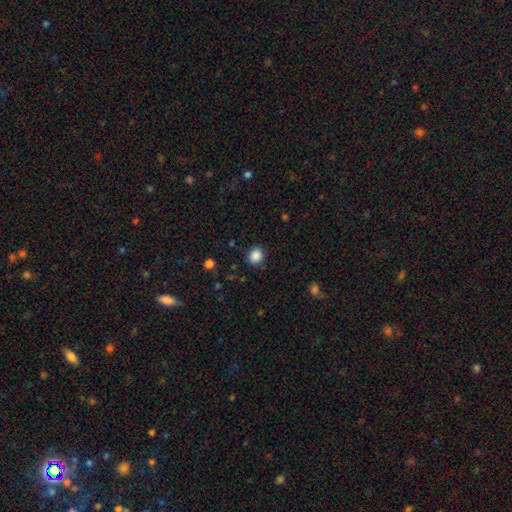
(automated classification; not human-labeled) smooth-or-featured: smooth: 87% | star or artifact: 10% | featured or disk: 3%
  how-rounded: round: 79% | in between: 21% | cigar-shaped: 1%
  merging: none: 88% | minor disturbance: 8% | major disturbance: 3% | merger: 1%